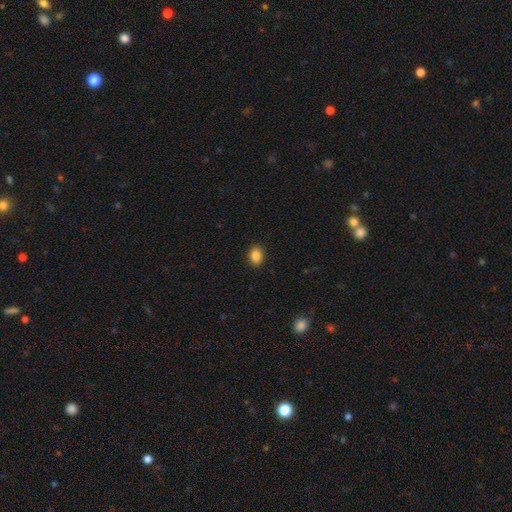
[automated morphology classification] type=smooth (87%); roundness=in between (63%); merging=none (90%).